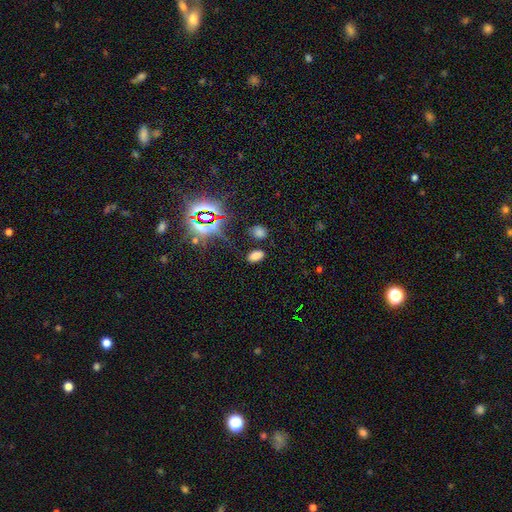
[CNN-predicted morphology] type=smooth (69%); roundness=in between (91%); merging=none (83%).